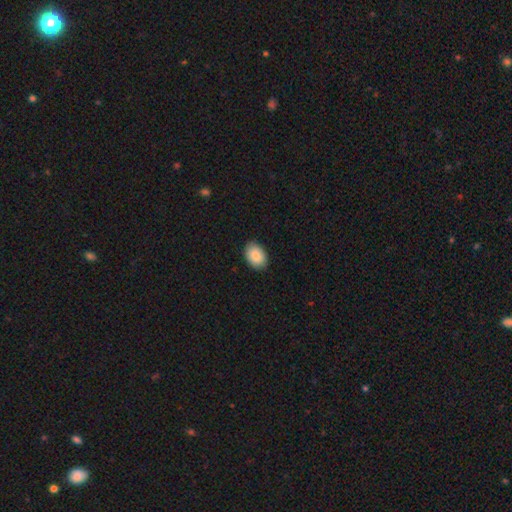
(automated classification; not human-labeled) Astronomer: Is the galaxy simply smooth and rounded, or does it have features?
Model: smooth — 89%.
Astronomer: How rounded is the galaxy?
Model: in between — 83%.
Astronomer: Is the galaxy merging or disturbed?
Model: none — 87%.